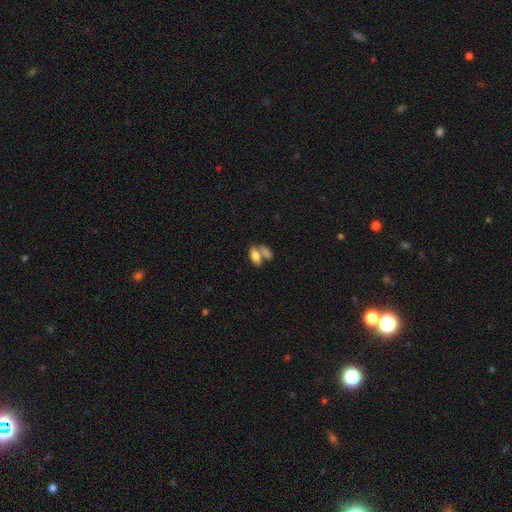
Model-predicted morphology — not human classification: The model was most divided on "merging": merger: 49%, none: 37%, minor disturbance: 10%, major disturbance: 4%. More confident: how rounded — in between (85%); smooth or featured — smooth (76%).